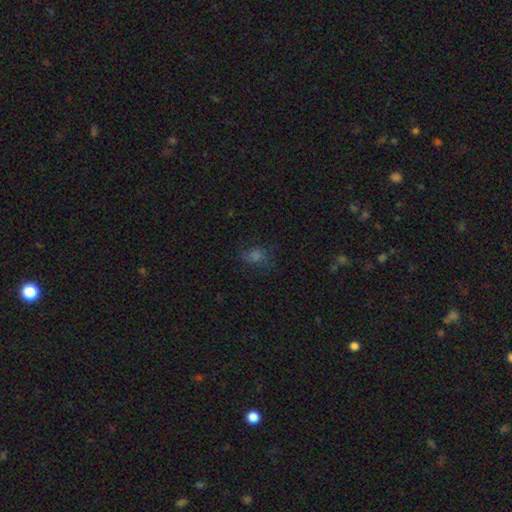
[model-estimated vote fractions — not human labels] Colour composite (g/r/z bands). It shows a smooth galaxy with no disk features (56%) that is in between round and cigar-shaped (55%). Merging: none (66%).